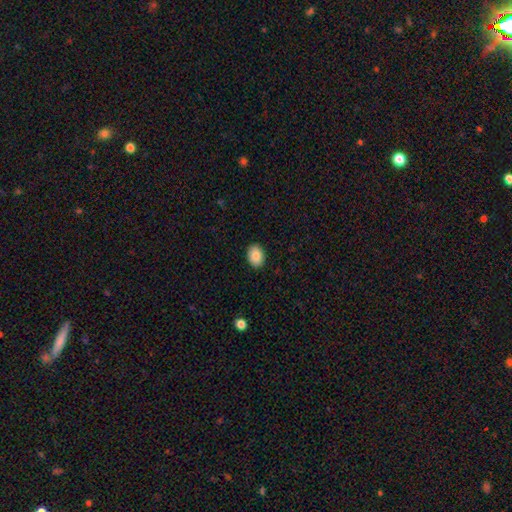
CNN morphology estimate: Smooth or featured: smooth — 87% (star or artifact — 7%)
How rounded: in between — 76% (round — 23%)
Merging: none — 90% (minor disturbance — 7%)